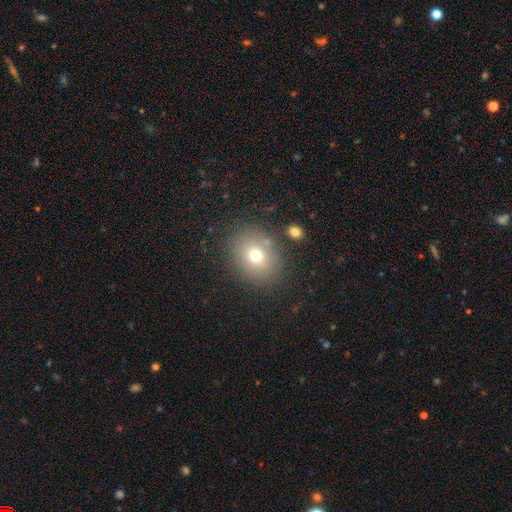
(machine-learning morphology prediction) A smooth galaxy with no disk features (72%) that is round (51%).

Vote fractions:
- Smooth or featured? smooth: 72% / featured or disk: 14% / star or artifact: 14%
- How rounded? round: 51% / in between: 48% / cigar-shaped: 1%
- Merging? none: 82% / minor disturbance: 10% / merger: 4% / major disturbance: 4%